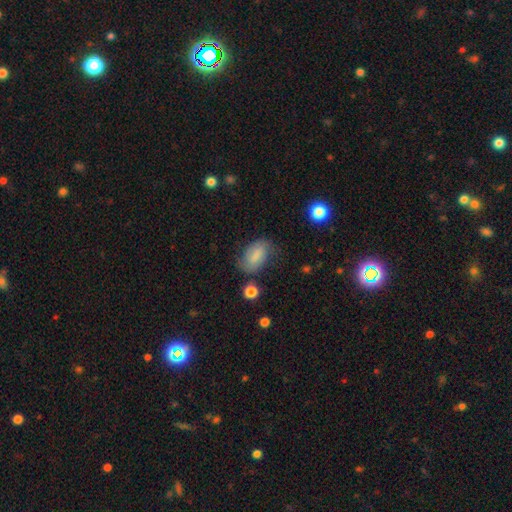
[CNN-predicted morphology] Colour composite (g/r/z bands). It shows a smooth galaxy with no disk features (72%) that is in between round and cigar-shaped (90%). Merging: none (66%).